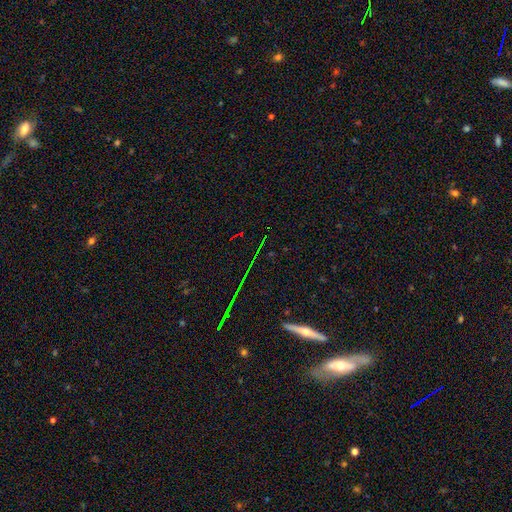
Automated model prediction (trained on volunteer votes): Q: Smooth or featured?
A: star or artifact (50%); runner-up: featured or disk (30%)